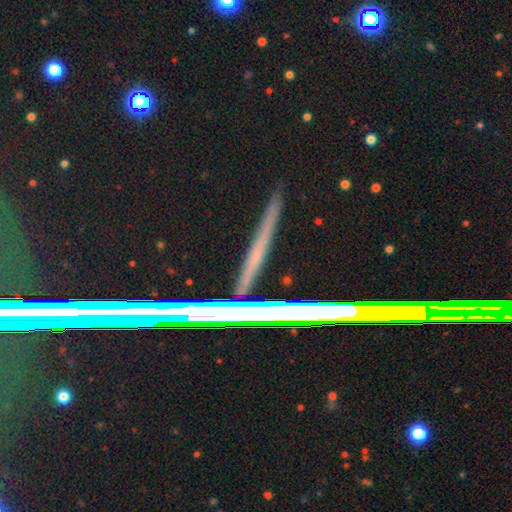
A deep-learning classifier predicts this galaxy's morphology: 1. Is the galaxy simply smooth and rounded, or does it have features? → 53% star or artifact, 32% featured or disk, 15% smooth.